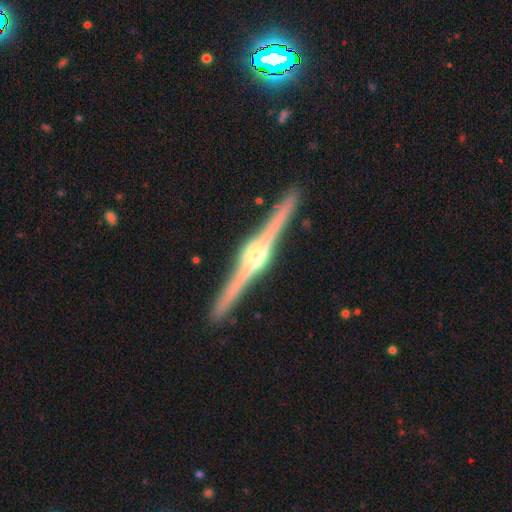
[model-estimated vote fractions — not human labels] Smooth or featured? Predicted: featured or disk (p=0.90). Edge-on disk? Predicted: yes (p=0.99). Edge-on bulge? Predicted: rounded (p=0.85). Merging? Predicted: none (p=0.93).